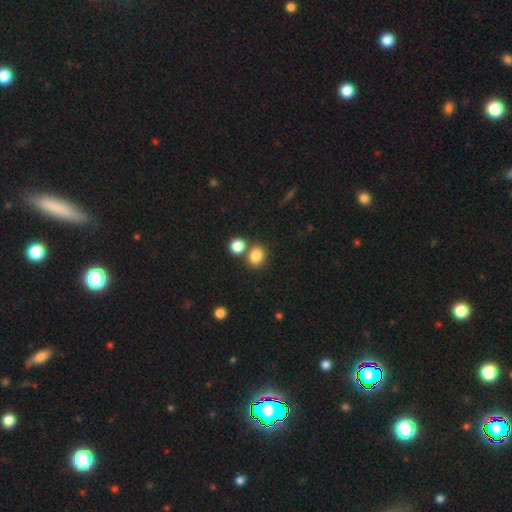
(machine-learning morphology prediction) Smooth or featured?
  - smooth: 83% *
  - star or artifact: 11%
  - featured or disk: 6%
How rounded?
  - round: 65% *
  - in between: 34%
  - cigar-shaped: 1%
Merging?
  - none: 63% *
  - merger: 25%
  - minor disturbance: 9%
  - major disturbance: 3%